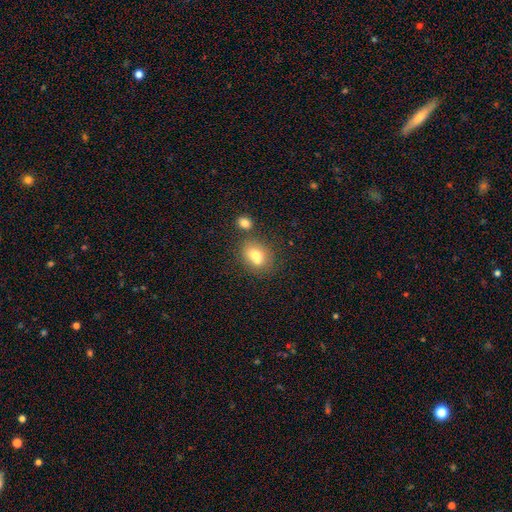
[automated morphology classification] Overall: smooth (73%). How rounded: in between (50%; round 49%). Merging: none (50%; merger 31%).